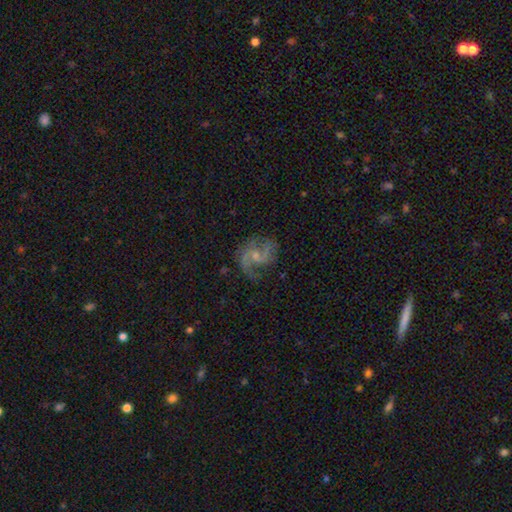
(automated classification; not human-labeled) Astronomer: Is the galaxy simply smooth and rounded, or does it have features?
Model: featured or disk — 84%.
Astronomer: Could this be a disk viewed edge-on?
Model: no — 98%.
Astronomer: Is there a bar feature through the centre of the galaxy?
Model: no — 48% (runner-up: weak, 43%).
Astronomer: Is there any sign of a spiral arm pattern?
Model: yes — 95%.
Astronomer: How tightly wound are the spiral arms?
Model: medium — 50% (runner-up: loose, 37%).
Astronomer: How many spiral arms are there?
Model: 2 — 81%.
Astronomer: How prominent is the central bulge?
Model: small — 61%.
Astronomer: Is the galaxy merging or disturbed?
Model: none — 64%.